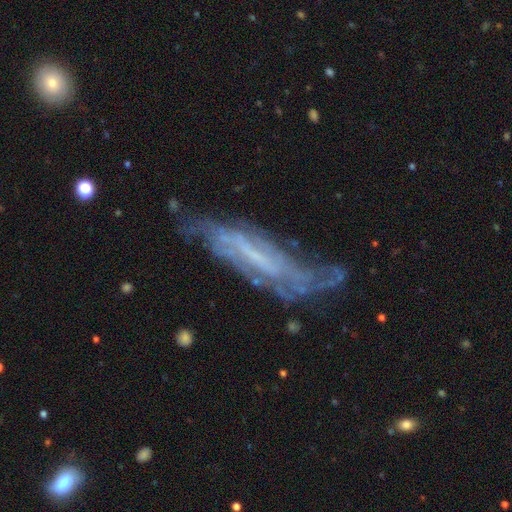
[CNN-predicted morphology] Smooth or featured? Predicted: featured or disk (p=0.73). Edge-on disk? Predicted: no (p=0.66). Merging? Predicted: none (p=0.46).